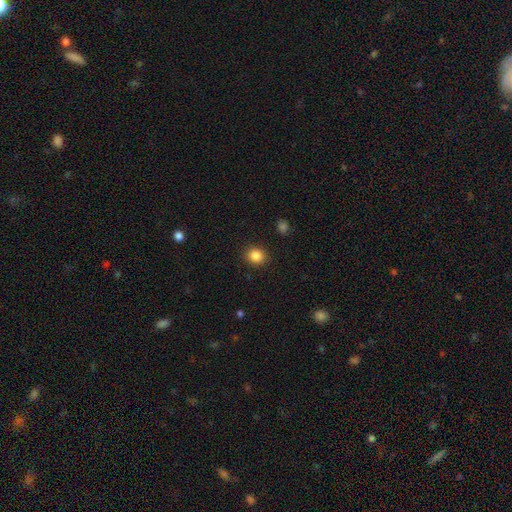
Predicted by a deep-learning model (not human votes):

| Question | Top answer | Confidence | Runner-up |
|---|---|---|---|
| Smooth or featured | smooth | 86% | star or artifact (10%) |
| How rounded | round | 79% | in between (20%) |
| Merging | none | 90% | minor disturbance (6%) |